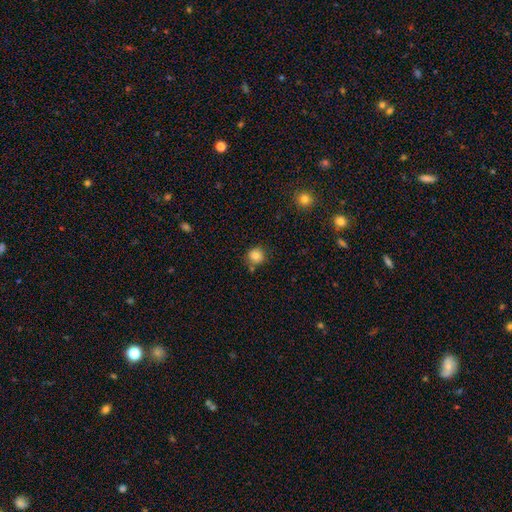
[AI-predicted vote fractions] A smooth galaxy with no disk features (83%) that is round (91%). Merging: none (76%).